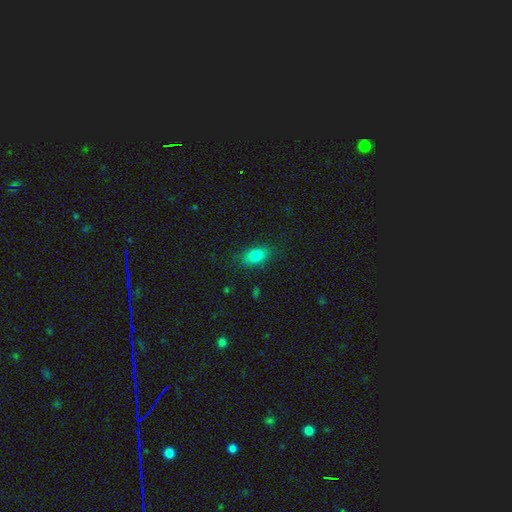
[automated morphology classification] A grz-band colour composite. It shows a smooth galaxy with no disk features (81%) that is in between round and cigar-shaped (83%). Merging: none (84%).